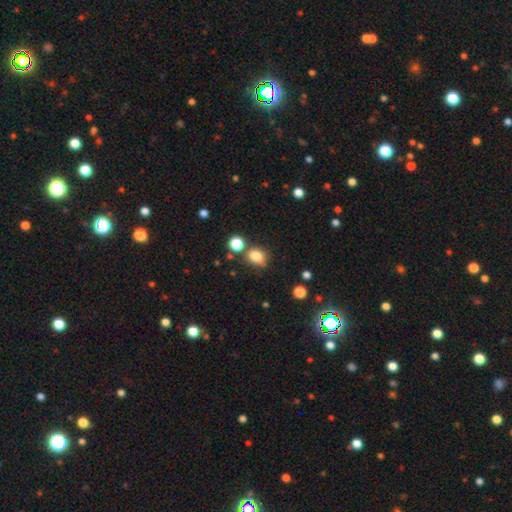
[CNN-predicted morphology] The model was most divided on "how rounded": round: 64%, in between: 35%, cigar-shaped: 1%. More confident: smooth or featured — smooth (79%); merging — none (64%).